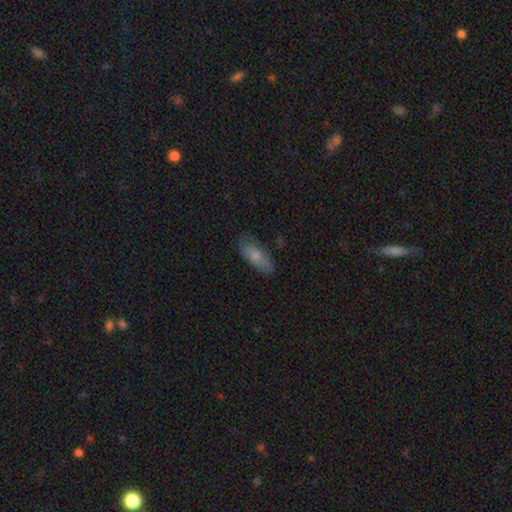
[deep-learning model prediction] Smooth or featured?
  - smooth: 75% *
  - featured or disk: 18%
  - star or artifact: 6%
How rounded?
  - in between: 78% *
  - cigar-shaped: 20%
  - round: 2%
Merging?
  - none: 75% *
  - minor disturbance: 19%
  - major disturbance: 4%
  - merger: 1%